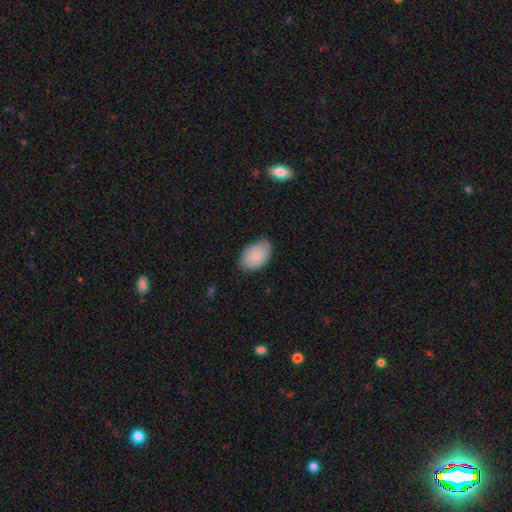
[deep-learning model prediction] smooth 84%, featured or disk 10%, star or artifact 6%. Down the decision tree: how rounded — in between (88%); merging — none (65%).